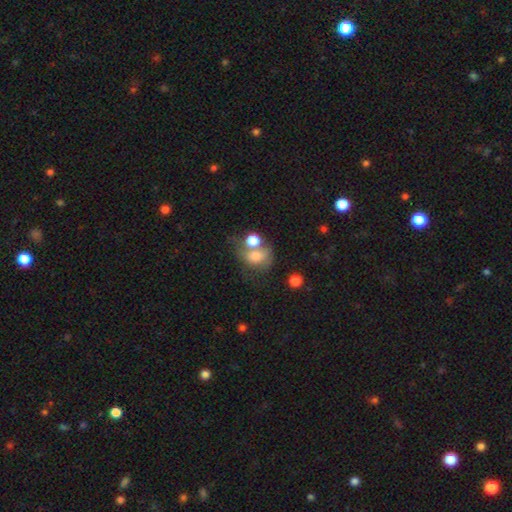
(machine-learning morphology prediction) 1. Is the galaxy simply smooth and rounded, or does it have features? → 69% smooth, 19% featured or disk, 11% star or artifact.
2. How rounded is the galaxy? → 50% in between, 48% round, 1% cigar-shaped.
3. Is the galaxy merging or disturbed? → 50% merger, 24% none, 13% major disturbance, 13% minor disturbance.